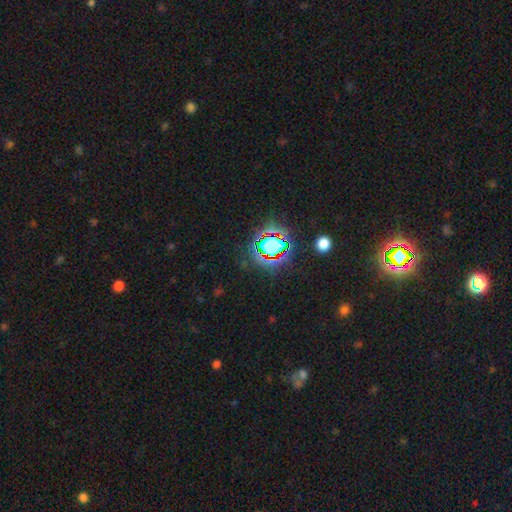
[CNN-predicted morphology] smooth_or_featured: star or artifact (p=0.80) [alt: smooth p=0.12]